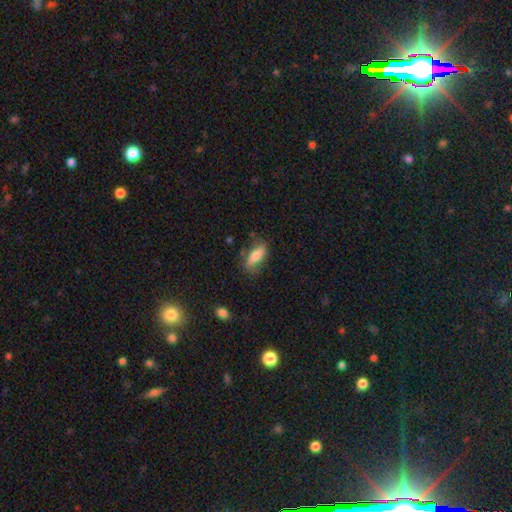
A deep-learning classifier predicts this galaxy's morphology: A smooth galaxy with no disk features (67%) that is in between round and cigar-shaped (71%). Merging: none (68%).